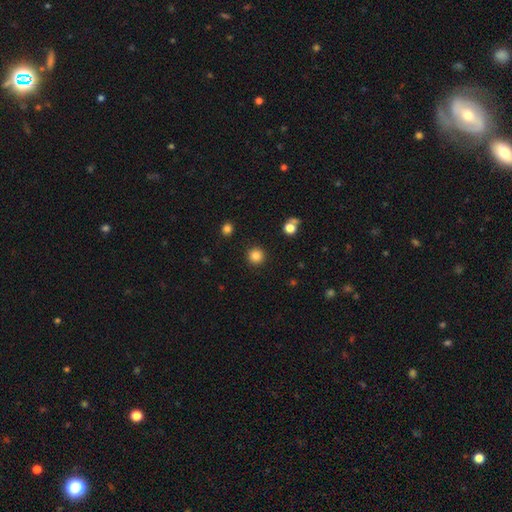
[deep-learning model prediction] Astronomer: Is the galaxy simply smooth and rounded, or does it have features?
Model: smooth — 84%.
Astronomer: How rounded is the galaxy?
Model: round — 95%.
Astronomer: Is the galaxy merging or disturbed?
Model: none — 92%.